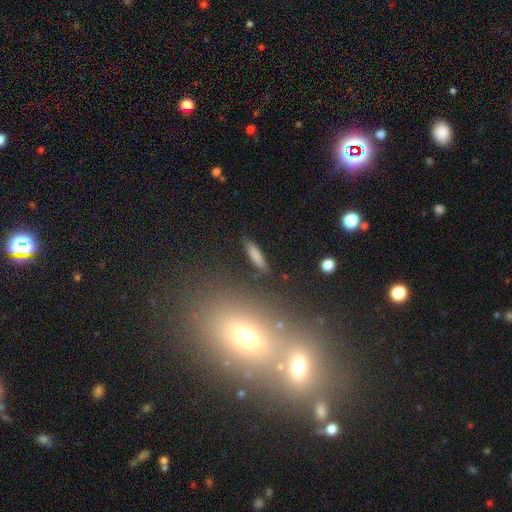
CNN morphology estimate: A smooth galaxy with no disk features (82%) that is cigar-shaped (79%).

Vote fractions:
- Smooth or featured? smooth: 82% / featured or disk: 10% / star or artifact: 8%
- How rounded? cigar-shaped: 79% / in between: 19% / round: 2%
- Merging? none: 86% / minor disturbance: 9% / major disturbance: 2% / merger: 2%